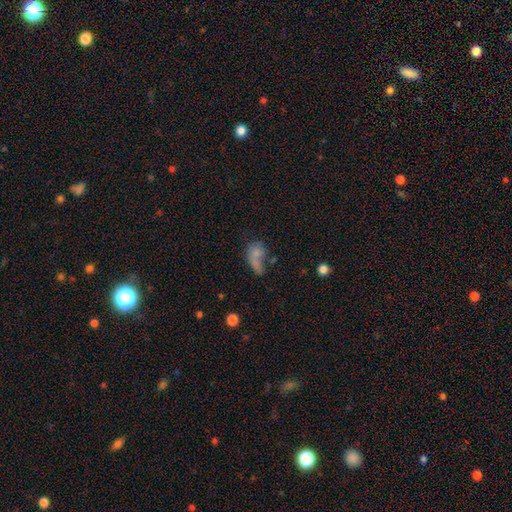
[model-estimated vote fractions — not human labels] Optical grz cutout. It shows a smooth galaxy with no disk features (66%) that is in between round and cigar-shaped (75%). Merging: none (28%).